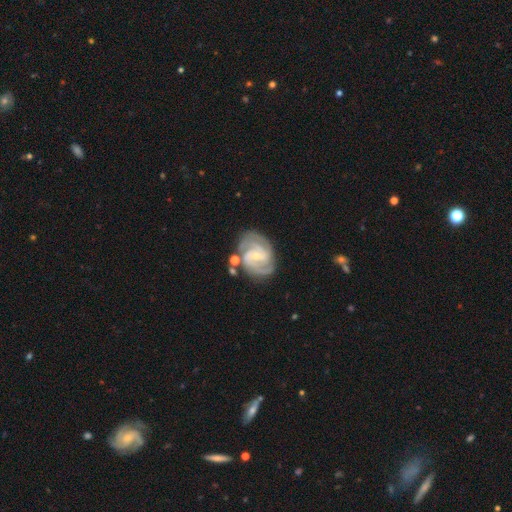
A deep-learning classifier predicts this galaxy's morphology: smooth_or_featured: featured or disk (p=0.88) [alt: smooth p=0.07]
disk_edge_on: no (p=0.98) [alt: yes p=0.02]
bar: weak (p=0.50) [alt: no p=0.33]
has_spiral_arms: yes (p=0.97) [alt: no p=0.03]
spiral_winding: tight (p=0.51) [alt: medium p=0.42]
spiral_arm_count: 2 (p=0.35) [alt: 3 p=0.34]
bulge_size: small (p=0.71) [alt: moderate p=0.24]
merging: none (p=0.70) [alt: minor disturbance p=0.17]